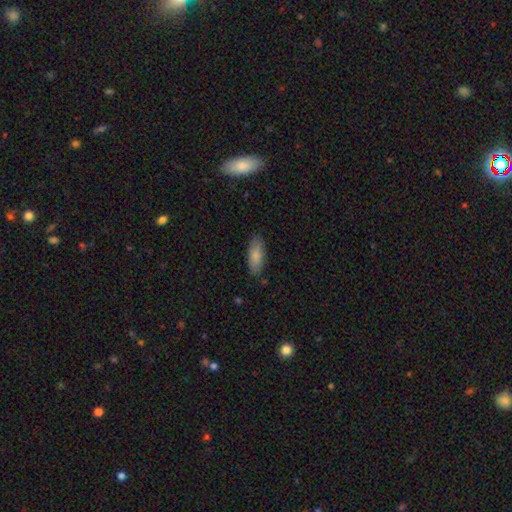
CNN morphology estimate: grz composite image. It shows a smooth galaxy with no disk features (84%) that is in between round and cigar-shaped (77%). Merging: none (83%).